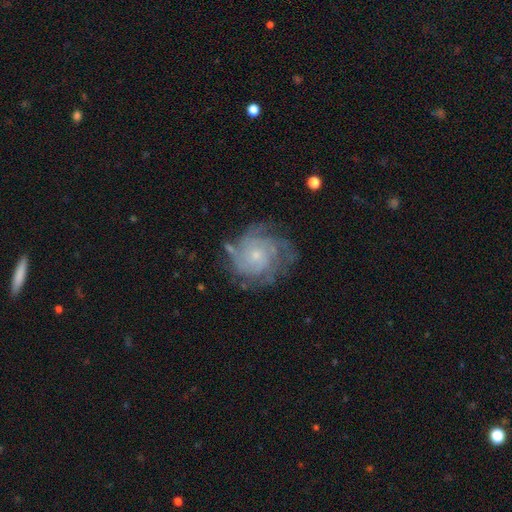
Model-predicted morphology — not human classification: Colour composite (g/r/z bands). It shows a featured or disk galaxy (82%) with no bar (79%), tight (67%) spiral arms (95%) and a small central bulge (74%). Merging: none (68%).